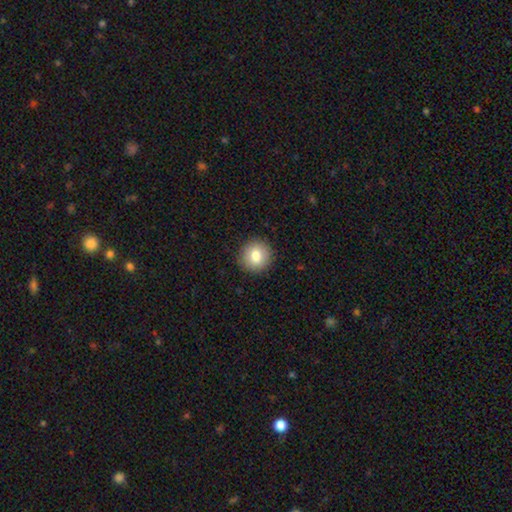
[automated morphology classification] A smooth galaxy with no disk features (81%) that is round (92%). Merging: none (91%).